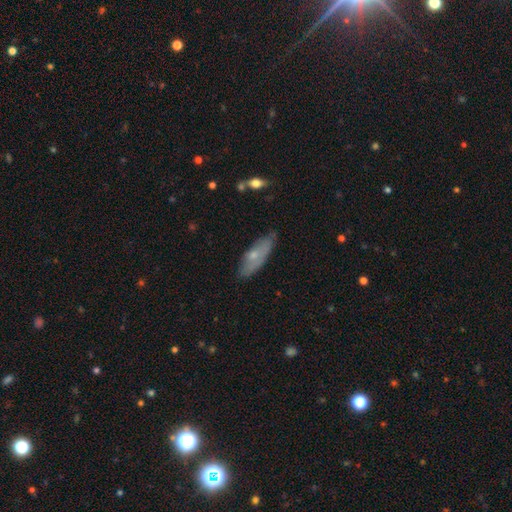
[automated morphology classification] Q: Smooth or featured?
A: smooth (55%); runner-up: featured or disk (38%)
Q: How rounded?
A: in between (54%); runner-up: cigar-shaped (44%)
Q: Merging?
A: none (75%); runner-up: minor disturbance (20%)